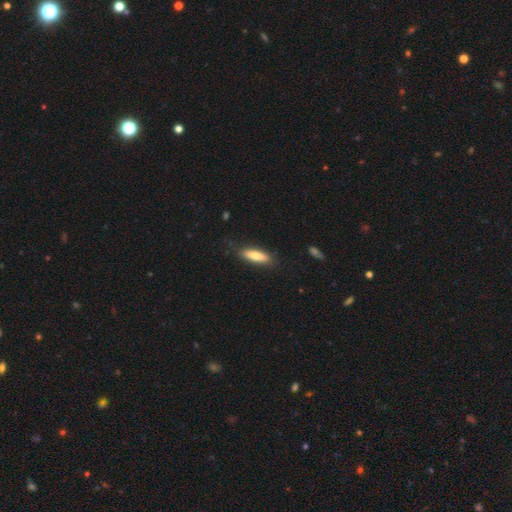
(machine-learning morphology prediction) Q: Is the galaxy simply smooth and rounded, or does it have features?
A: smooth — 72%.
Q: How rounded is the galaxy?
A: cigar-shaped — 53%.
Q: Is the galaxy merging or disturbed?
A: none — 82%.